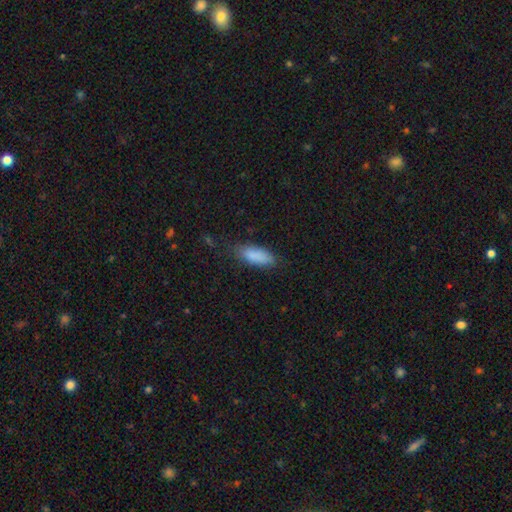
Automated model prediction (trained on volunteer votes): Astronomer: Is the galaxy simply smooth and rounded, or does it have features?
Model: smooth — 87%.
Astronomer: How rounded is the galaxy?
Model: in between — 77%.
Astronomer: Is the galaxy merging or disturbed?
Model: none — 73%.